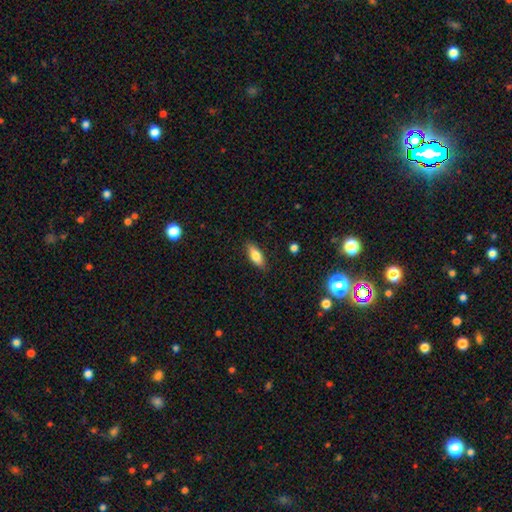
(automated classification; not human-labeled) A smooth galaxy with no disk features (79%) that is in between round and cigar-shaped (76%).

Vote fractions:
- Smooth or featured? smooth: 79% / featured or disk: 14% / star or artifact: 7%
- How rounded? in between: 76% / cigar-shaped: 21% / round: 2%
- Merging? none: 86% / minor disturbance: 11% / major disturbance: 2% / merger: 1%